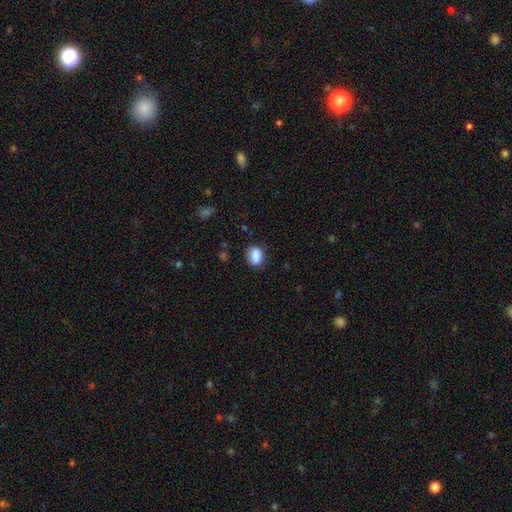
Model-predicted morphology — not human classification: Q: Smooth or featured?
A: smooth (87%); runner-up: star or artifact (8%)
Q: How rounded?
A: in between (71%); runner-up: round (28%)
Q: Merging?
A: none (79%); runner-up: minor disturbance (15%)